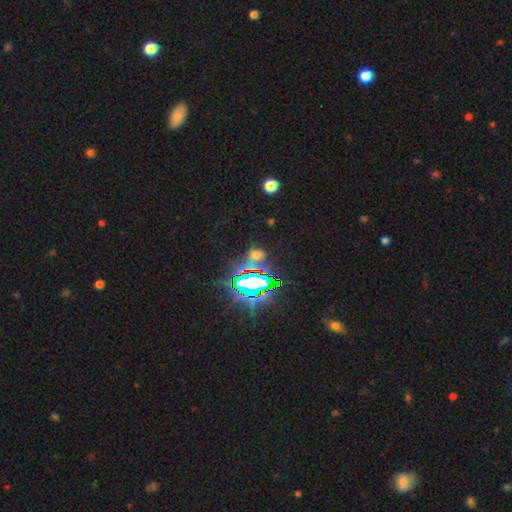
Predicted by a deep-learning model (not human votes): Smooth or featured? star or artifact (59%)